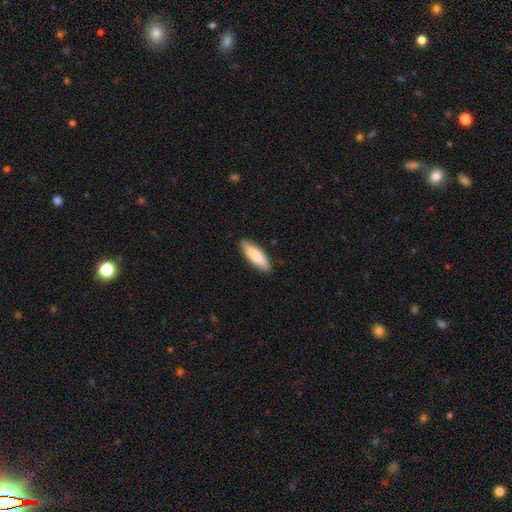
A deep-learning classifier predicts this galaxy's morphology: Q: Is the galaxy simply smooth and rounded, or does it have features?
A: smooth — 85%.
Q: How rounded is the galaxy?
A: in between — 50%.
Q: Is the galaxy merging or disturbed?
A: none — 87%.